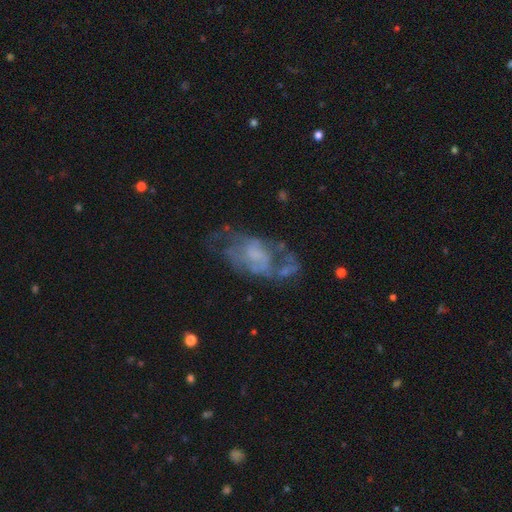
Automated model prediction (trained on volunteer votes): Smooth or featured: featured or disk — 65% (smooth — 24%)
Edge-on disk: no — 96% (yes — 4%)
Bar: no — 73% (weak — 23%)
Spiral arms: no — 54% (yes — 46%)
Bulge size: none — 45% (small — 24%)
Merging: none — 36% (major disturbance — 33%)